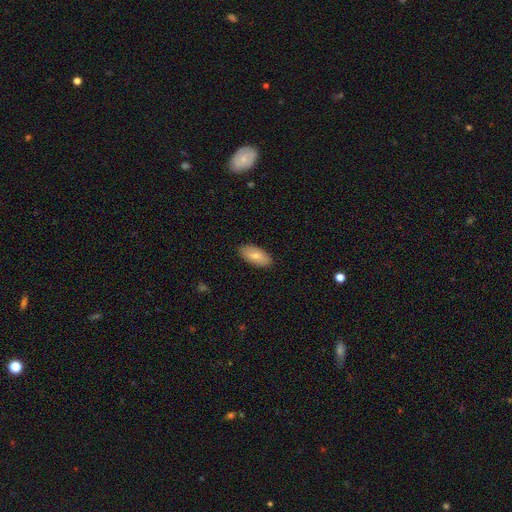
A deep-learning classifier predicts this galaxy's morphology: type=smooth (75%); roundness=in between (92%); merging=none (88%).